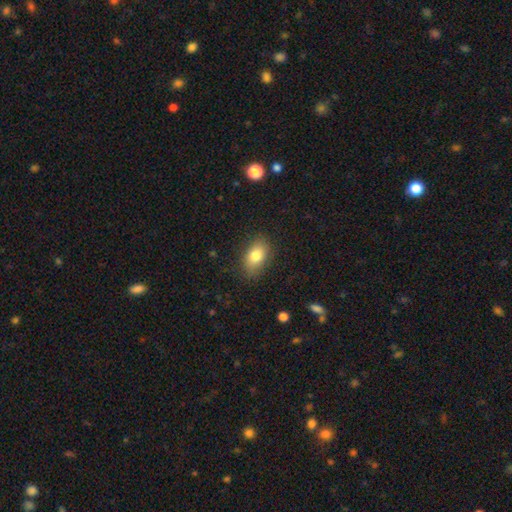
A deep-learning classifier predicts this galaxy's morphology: Overall: smooth (80%). How rounded: in between (86%). Merging: none (82%).